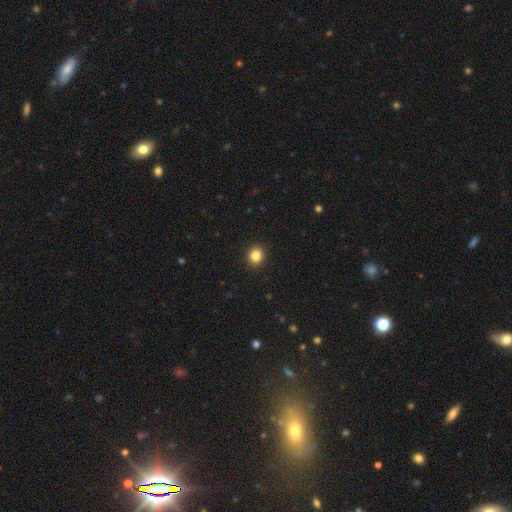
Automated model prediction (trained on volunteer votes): Smooth or featured: smooth — 85% (star or artifact — 11%)
How rounded: round — 77% (in between — 22%)
Merging: none — 92% (minor disturbance — 5%)